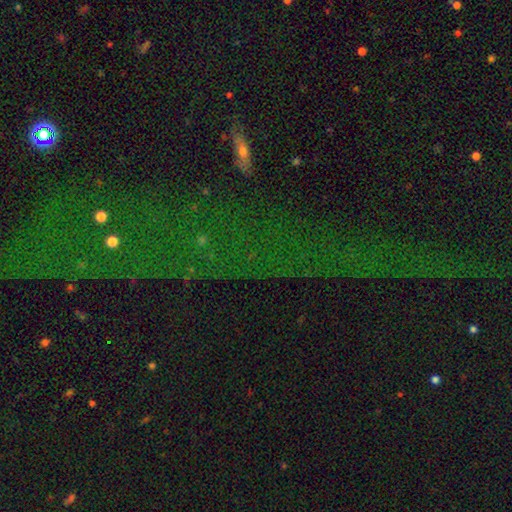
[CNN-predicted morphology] A star or artifact, not a galaxy (75%).

Vote fractions:
- Smooth or featured? star or artifact: 75% / featured or disk: 14% / smooth: 11%